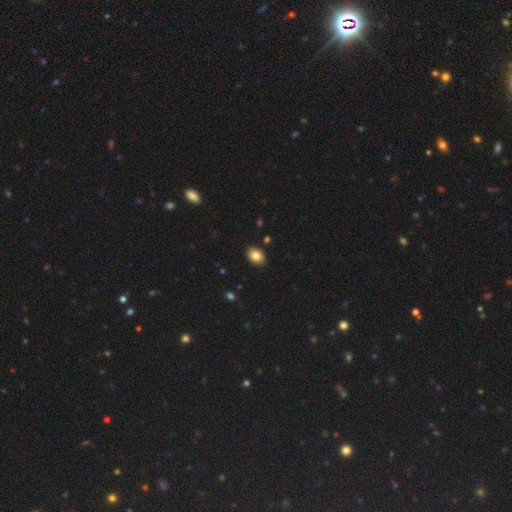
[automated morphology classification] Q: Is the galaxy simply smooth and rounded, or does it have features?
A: smooth — 85%.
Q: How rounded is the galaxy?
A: in between — 74%.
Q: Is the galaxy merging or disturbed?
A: none — 90%.